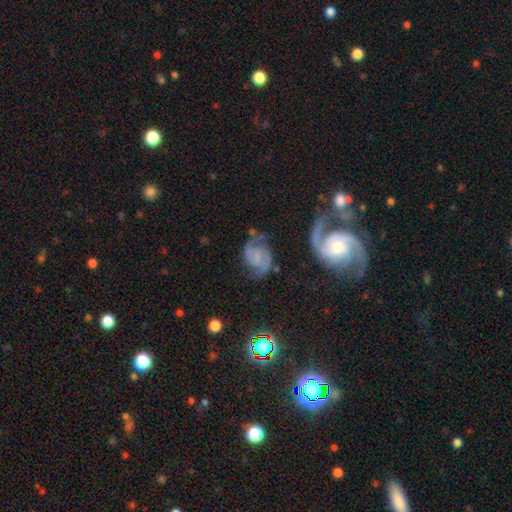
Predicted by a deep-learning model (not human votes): featured or disk 80%, smooth 12%, star or artifact 8%. Down the decision tree: edge-on disk — no (98%); bar — weak (43%); spiral arms — yes (95%); spiral arm count — 2 (90%); spiral winding — medium (50%); bulge size — none (57%); merging — none (62%).